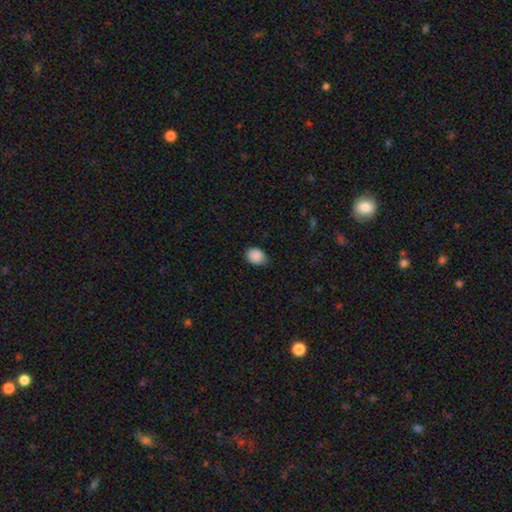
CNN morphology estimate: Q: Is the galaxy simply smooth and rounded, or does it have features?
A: smooth — 88%.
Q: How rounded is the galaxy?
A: in between — 50%.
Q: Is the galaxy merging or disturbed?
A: none — 66%.